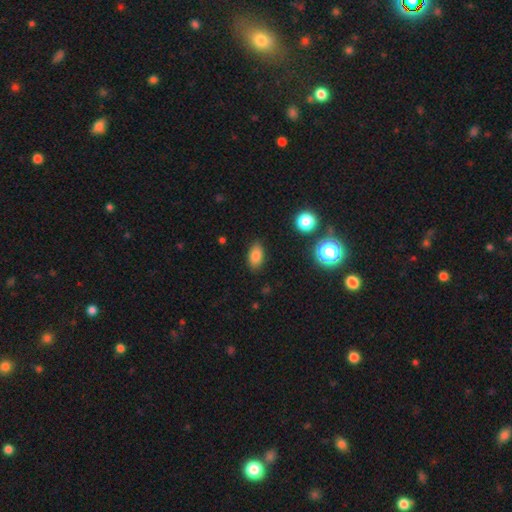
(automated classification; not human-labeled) This appears to be a smooth galaxy with no disk features (82%) that is in between round and cigar-shaped (88%). Merging: none (85%).